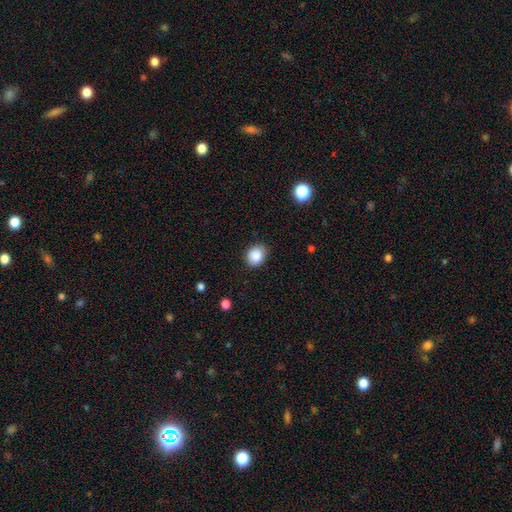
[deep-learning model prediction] smooth 87%, star or artifact 9%, featured or disk 4%. Down the decision tree: how rounded — round (56%); merging — none (84%).